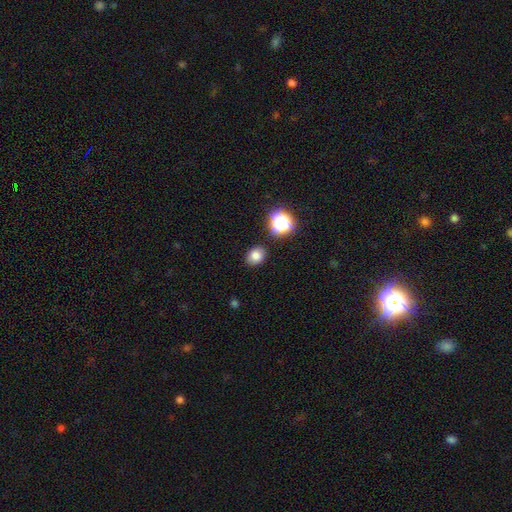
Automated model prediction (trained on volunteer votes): This is likely a smooth galaxy (78%). How rounded: possibly round (52%). Merging: clearly none (86%).